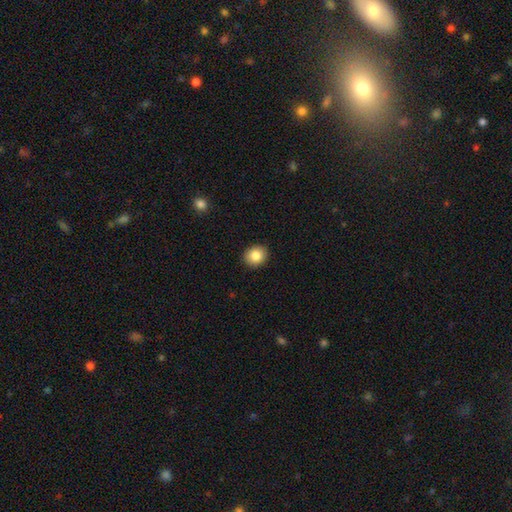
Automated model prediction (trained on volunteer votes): smooth_or_featured: smooth (p=0.85) [alt: star or artifact p=0.09]
how_rounded: round (p=0.69) [alt: in between p=0.30]
merging: none (p=0.91) [alt: minor disturbance p=0.07]